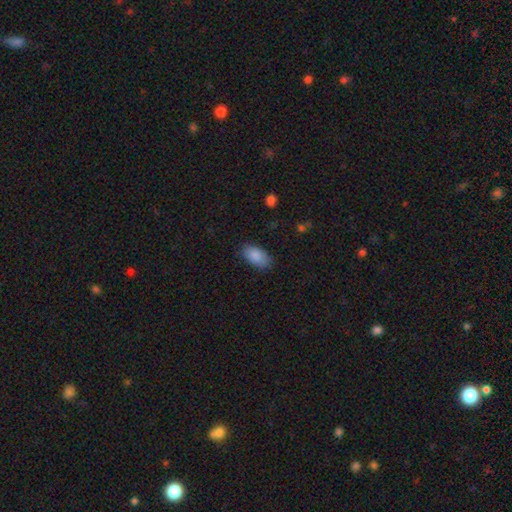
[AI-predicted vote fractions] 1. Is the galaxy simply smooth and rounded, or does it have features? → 88% smooth, 7% star or artifact, 5% featured or disk.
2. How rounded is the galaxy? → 93% in between, 4% round, 3% cigar-shaped.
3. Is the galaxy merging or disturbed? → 83% none, 13% minor disturbance, 3% major disturbance, 1% merger.